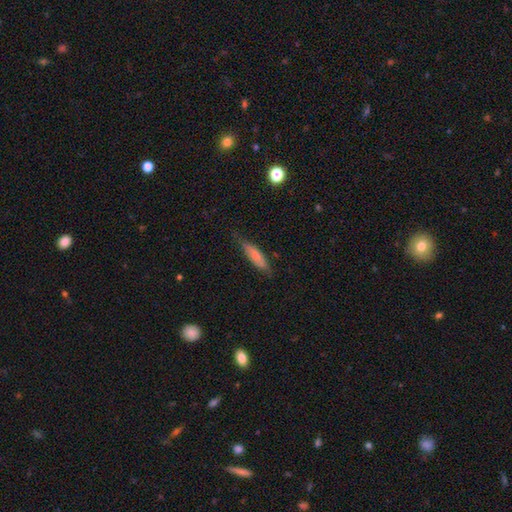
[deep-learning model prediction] Morphology: type=smooth (73%); roundness=cigar-shaped (72%); merging=none (70%).